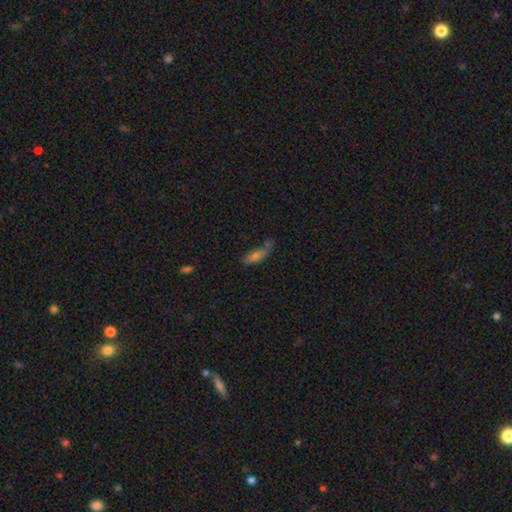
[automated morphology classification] Overall: smooth (66%). How rounded: cigar-shaped (49%; in between 47%). Merging: none (47%; minor disturbance 23%).